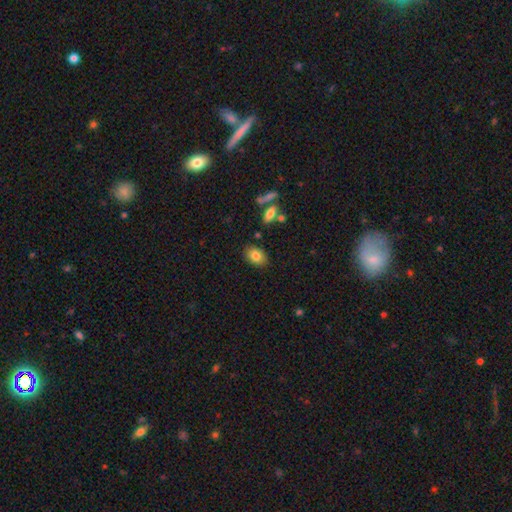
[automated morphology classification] type=smooth (82%); roundness=in between (77%); merging=none (83%).